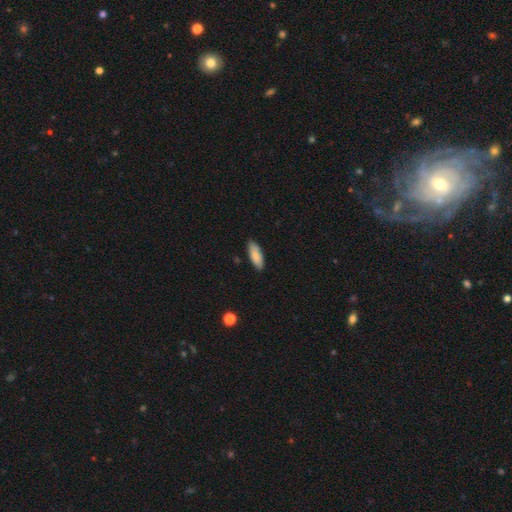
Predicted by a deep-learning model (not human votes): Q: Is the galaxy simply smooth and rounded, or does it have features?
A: smooth — 83%.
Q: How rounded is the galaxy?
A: in between — 70%.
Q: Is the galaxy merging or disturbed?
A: none — 84%.